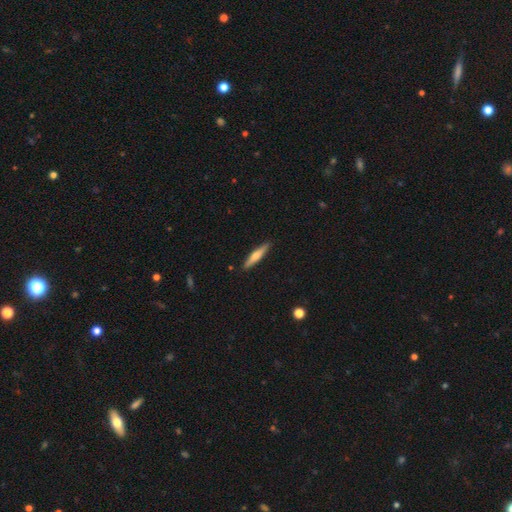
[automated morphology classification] smooth-or-featured: smooth: 51% | featured or disk: 43% | star or artifact: 6%
  how-rounded: cigar-shaped: 89% | in between: 9% | round: 2%
  merging: none: 90% | minor disturbance: 7% | major disturbance: 1% | merger: 1%